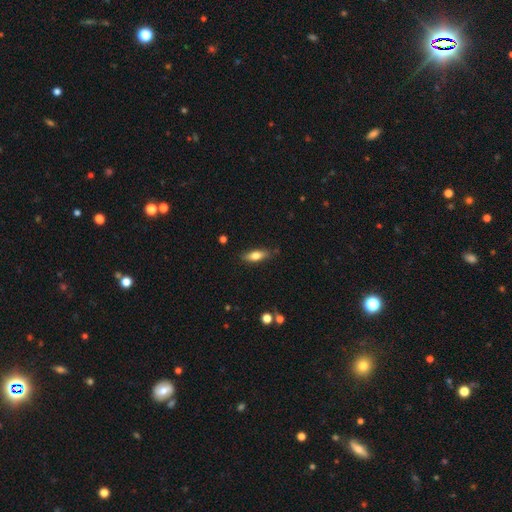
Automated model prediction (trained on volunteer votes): Smooth or featured?
  - smooth: 73% *
  - featured or disk: 20%
  - star or artifact: 7%
How rounded?
  - in between: 64% *
  - cigar-shaped: 33%
  - round: 3%
Merging?
  - none: 82% *
  - minor disturbance: 14%
  - major disturbance: 3%
  - merger: 2%